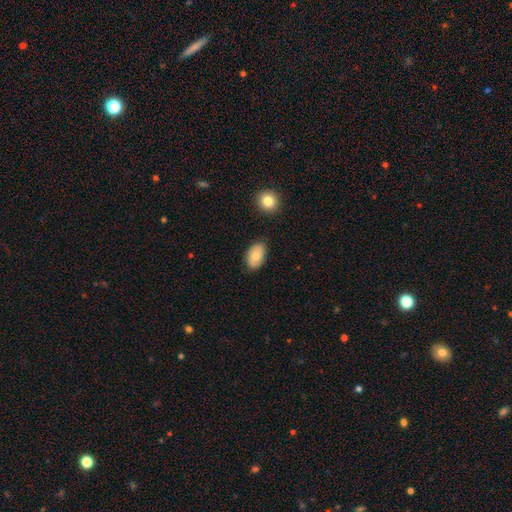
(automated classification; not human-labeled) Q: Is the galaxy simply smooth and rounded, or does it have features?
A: smooth — 73%.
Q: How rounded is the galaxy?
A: in between — 91%.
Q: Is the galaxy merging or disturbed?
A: none — 82%.